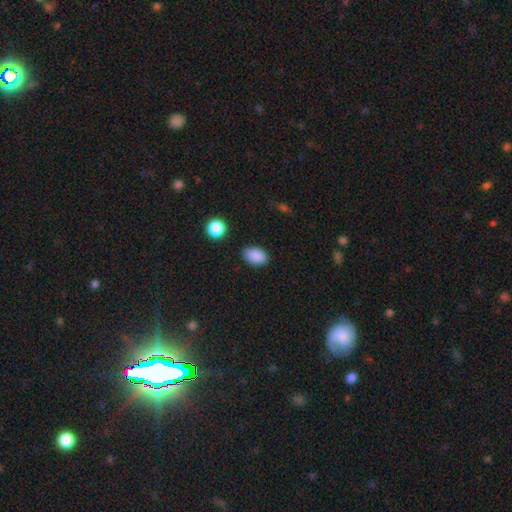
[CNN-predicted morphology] Q: Smooth or featured?
A: smooth (88%); runner-up: star or artifact (8%)
Q: How rounded?
A: in between (86%); runner-up: round (12%)
Q: Merging?
A: none (86%); runner-up: minor disturbance (10%)